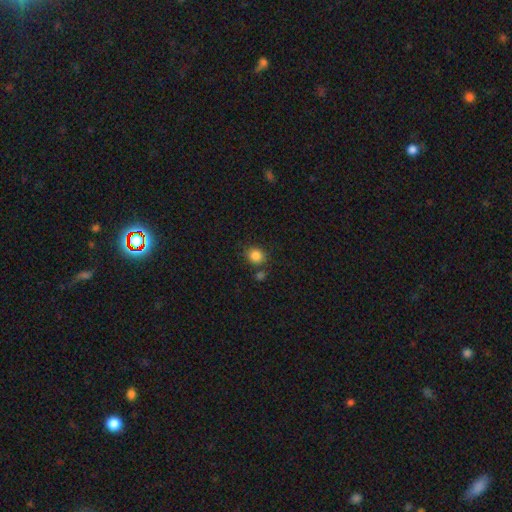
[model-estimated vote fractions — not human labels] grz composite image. It shows a smooth galaxy with no disk features (85%) that is round (82%). Merging: none (76%).